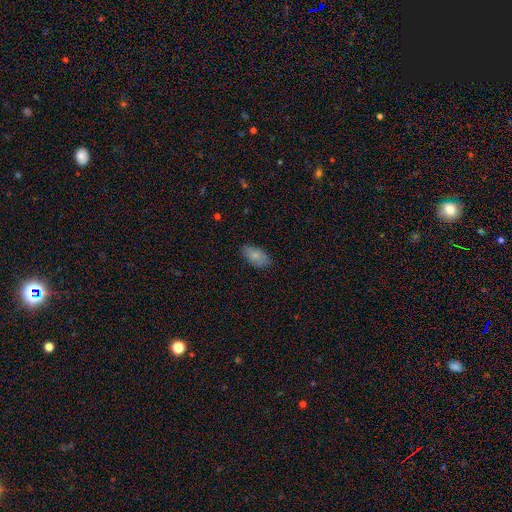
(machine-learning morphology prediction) Q: Smooth or featured?
A: smooth (77%); runner-up: featured or disk (16%)
Q: How rounded?
A: in between (93%); runner-up: round (4%)
Q: Merging?
A: none (77%); runner-up: minor disturbance (19%)